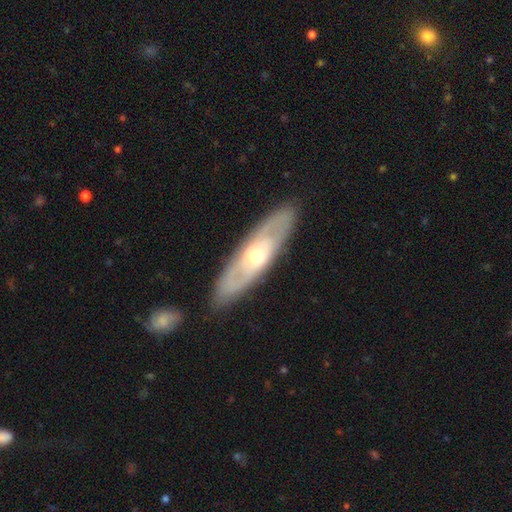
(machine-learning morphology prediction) smooth-or-featured: featured or disk: 65% | smooth: 29% | star or artifact: 5%
  disk-edge-on: no: 69% | yes: 31%
  merging: none: 86% | minor disturbance: 10% | major disturbance: 2% | merger: 2%